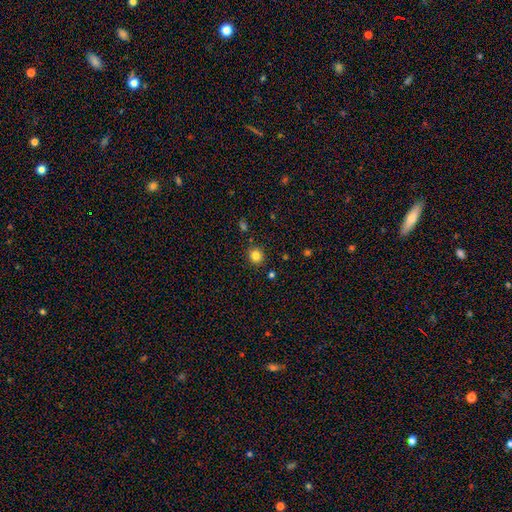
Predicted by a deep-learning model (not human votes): Smooth or featured? smooth (83%)
How rounded? round (86%)
Merging? none (88%)